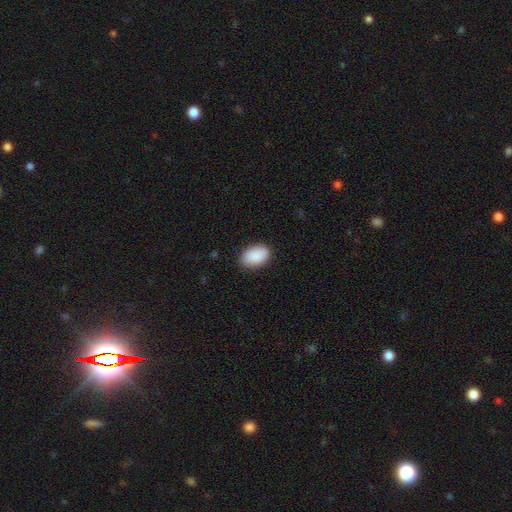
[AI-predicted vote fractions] This is clearly a smooth galaxy (90%). How rounded: clearly in between (91%). Merging: clearly none (85%).